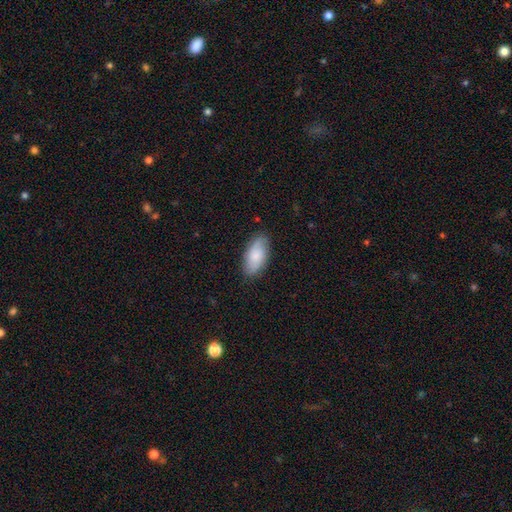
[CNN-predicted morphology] Overall: smooth (69%). How rounded: in between (92%). Merging: none (82%).